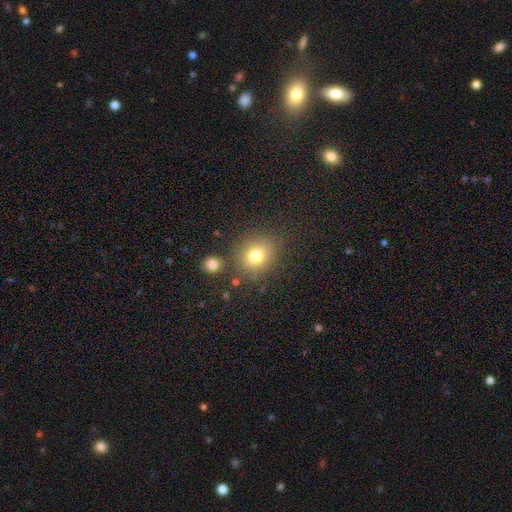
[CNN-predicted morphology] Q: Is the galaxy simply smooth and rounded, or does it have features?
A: smooth — 77%.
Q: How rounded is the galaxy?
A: round — 68%.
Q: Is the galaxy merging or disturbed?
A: none — 77%.